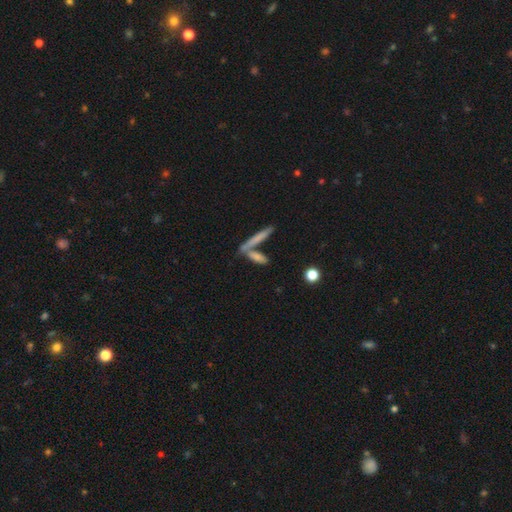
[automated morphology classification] Smooth or featured? Predicted: smooth (p=0.58). How rounded? Predicted: cigar-shaped (p=0.81). Merging? Predicted: none (p=0.55).